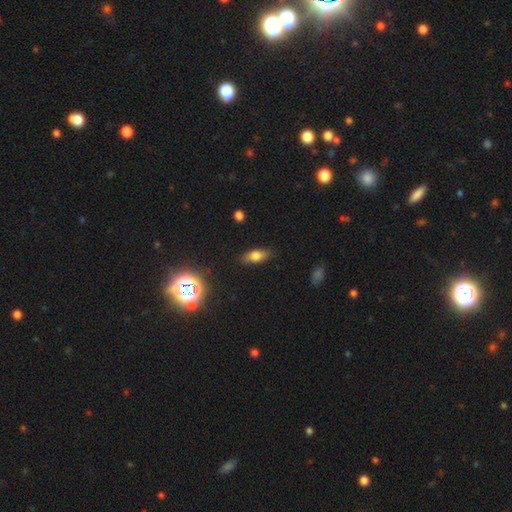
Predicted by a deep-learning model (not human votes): A smooth galaxy with no disk features (65%) that is in between round and cigar-shaped (74%). Merging: none (83%).